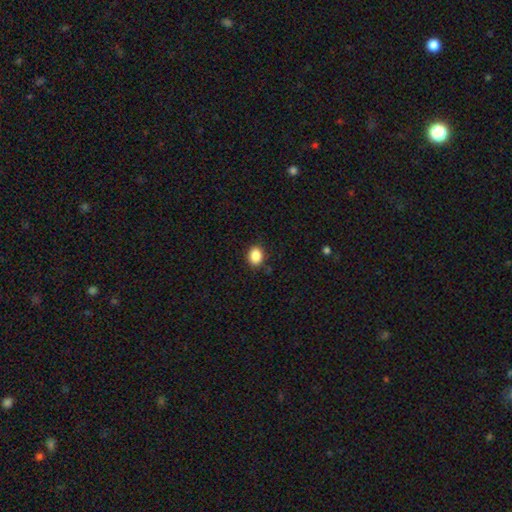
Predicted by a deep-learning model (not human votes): A smooth galaxy with no disk features (87%) that is in between round and cigar-shaped (57%).

Vote fractions:
- Smooth or featured? smooth: 87% / star or artifact: 9% / featured or disk: 4%
- How rounded? in between: 57% / round: 42% / cigar-shaped: 1%
- Merging? none: 87% / minor disturbance: 9% / major disturbance: 2% / merger: 1%